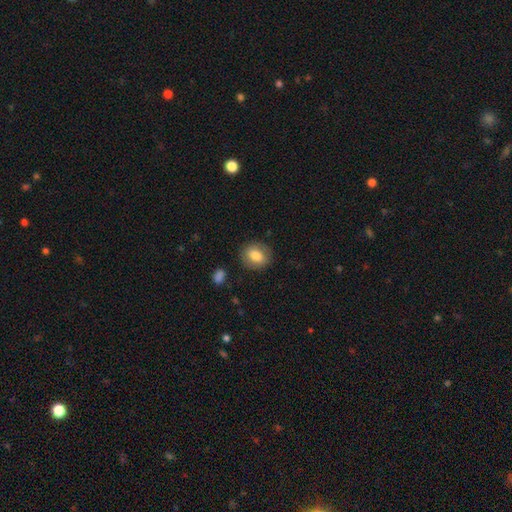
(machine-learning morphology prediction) Smooth or featured?
  - smooth: 80% *
  - featured or disk: 12%
  - star or artifact: 8%
How rounded?
  - round: 59% *
  - in between: 40%
  - cigar-shaped: 1%
Merging?
  - none: 85% *
  - minor disturbance: 10%
  - major disturbance: 3%
  - merger: 1%